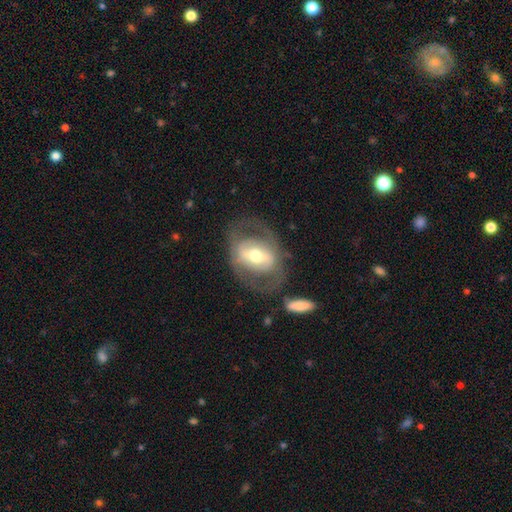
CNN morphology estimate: Overall: featured or disk (70%). Edge-on disk: no (93%). Bar: strong (45%; weak 31%). Spiral arms: no (58%; yes 42%). Bulge size: moderate (66%). Merging: none (62%).